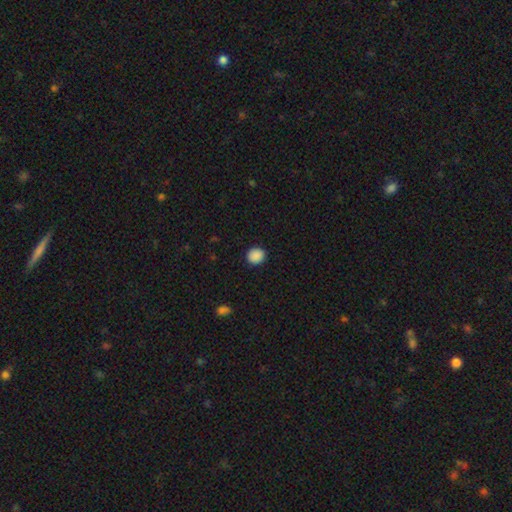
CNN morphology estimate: A smooth galaxy with no disk features (89%) that is round (78%).

Vote fractions:
- Smooth or featured? smooth: 89% / star or artifact: 9% / featured or disk: 2%
- How rounded? round: 78% / in between: 21% / cigar-shaped: 1%
- Merging? none: 89% / minor disturbance: 8% / major disturbance: 2% / merger: 1%